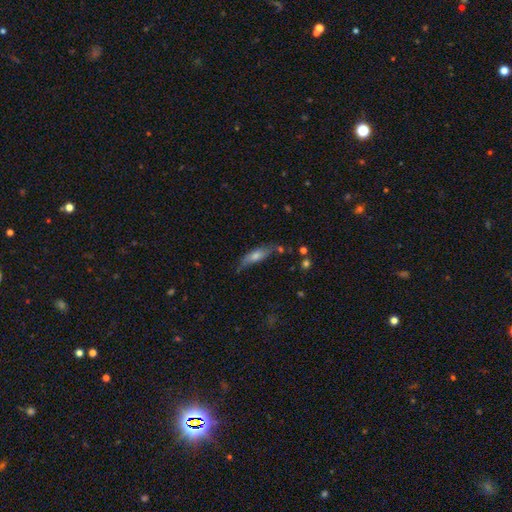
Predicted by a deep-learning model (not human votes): smooth-or-featured: smooth: 48% | featured or disk: 43% | star or artifact: 9%
  merging: none: 59% | minor disturbance: 27% | major disturbance: 9% | merger: 4%